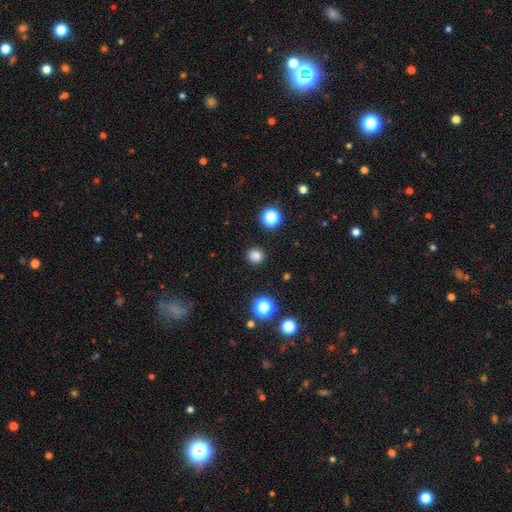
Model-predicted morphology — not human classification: Overall: smooth (82%). How rounded: round (91%). Merging: none (90%).